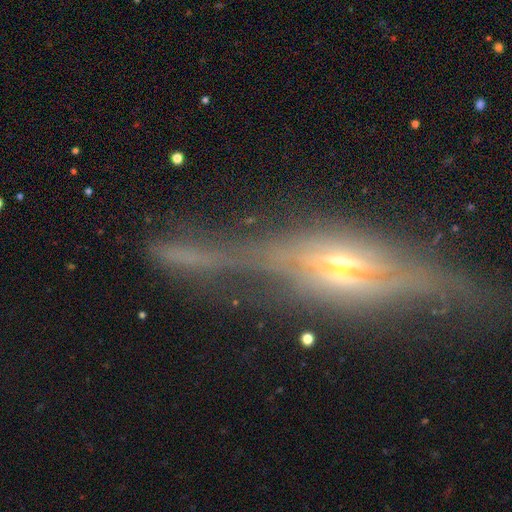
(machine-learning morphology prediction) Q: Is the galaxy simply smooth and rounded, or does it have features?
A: featured or disk — 74%.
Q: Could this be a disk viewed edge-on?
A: yes — 80%.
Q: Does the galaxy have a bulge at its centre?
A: rounded — 72%.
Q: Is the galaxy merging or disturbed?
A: none — 52%.